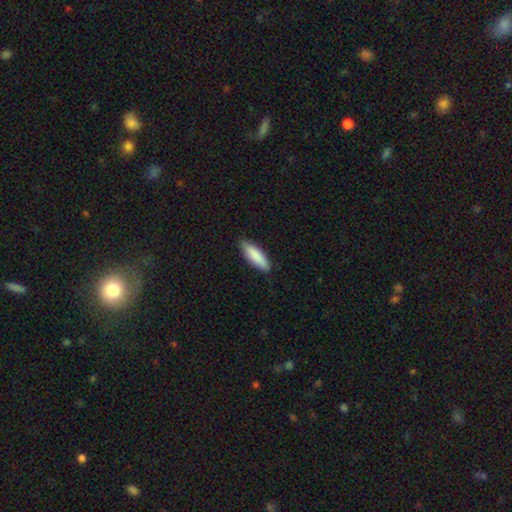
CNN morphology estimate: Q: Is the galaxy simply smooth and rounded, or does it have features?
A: smooth — 87%.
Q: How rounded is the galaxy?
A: in between — 50%.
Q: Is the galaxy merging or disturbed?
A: none — 85%.